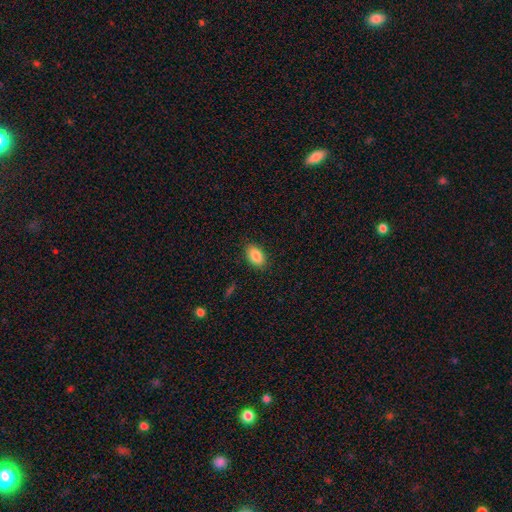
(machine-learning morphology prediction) smooth 87%, star or artifact 7%, featured or disk 5%. Down the decision tree: how rounded — in between (91%); merging — none (87%).